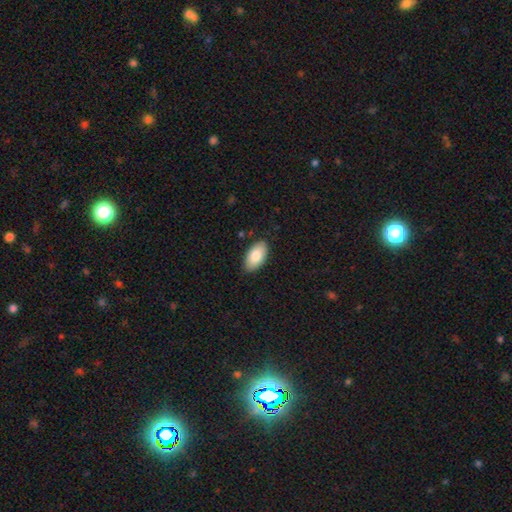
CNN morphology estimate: Smooth or featured? smooth (82%)
How rounded? in between (95%)
Merging? none (85%)